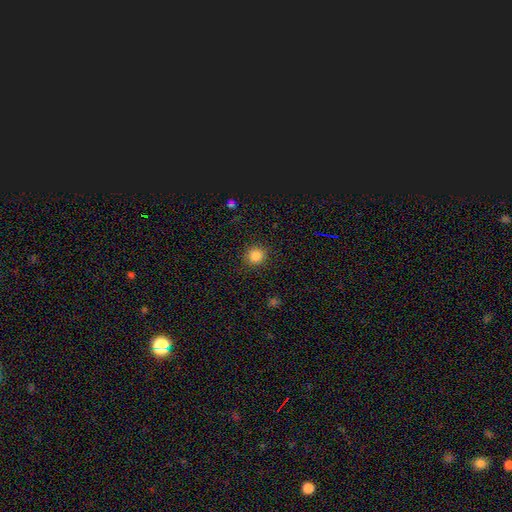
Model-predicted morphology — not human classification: Smooth or featured: smooth — 85% (star or artifact — 12%)
How rounded: round — 89% (in between — 10%)
Merging: none — 89% (minor disturbance — 8%)